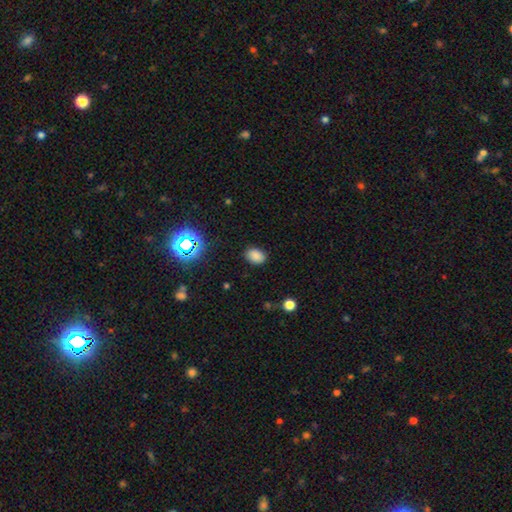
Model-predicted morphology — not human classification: Overall: smooth (81%). How rounded: in between (77%). Merging: none (86%).